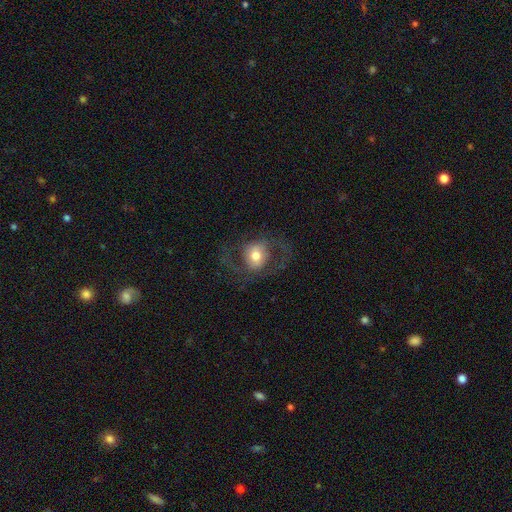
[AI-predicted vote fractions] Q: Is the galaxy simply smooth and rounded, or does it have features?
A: featured or disk — 54%.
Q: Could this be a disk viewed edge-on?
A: no — 95%.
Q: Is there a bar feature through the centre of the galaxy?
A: no — 55%.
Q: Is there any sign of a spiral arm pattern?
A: yes — 69%.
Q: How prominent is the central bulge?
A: moderate — 65%.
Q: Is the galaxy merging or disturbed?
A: none — 63%.